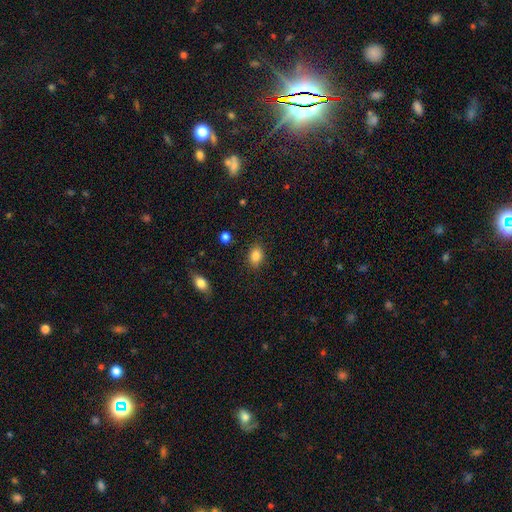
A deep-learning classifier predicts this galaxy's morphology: smooth-or-featured: smooth: 85% | star or artifact: 9% | featured or disk: 6%
  how-rounded: in between: 73% | round: 25% | cigar-shaped: 1%
  merging: none: 86% | minor disturbance: 10% | major disturbance: 3% | merger: 2%